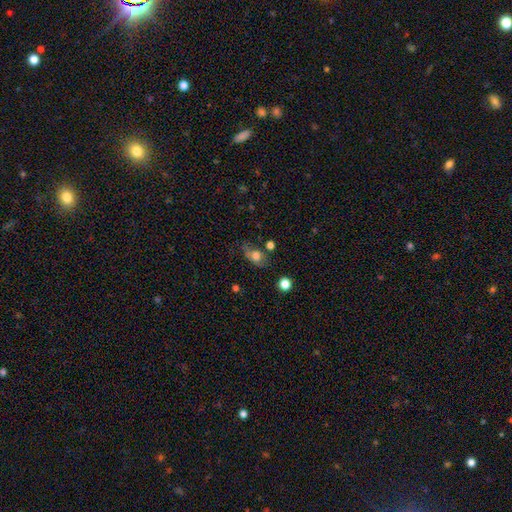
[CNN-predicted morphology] A smooth galaxy with no disk features (68%) that is in between round and cigar-shaped (72%). Merging: none (49%).